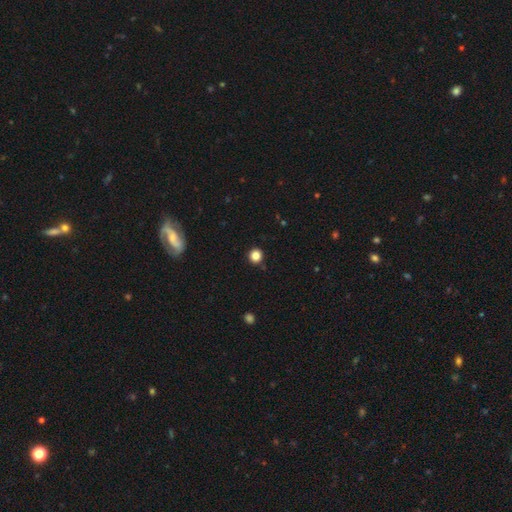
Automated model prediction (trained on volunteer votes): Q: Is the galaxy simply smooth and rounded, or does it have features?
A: smooth — 84%.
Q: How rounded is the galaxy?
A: round — 92%.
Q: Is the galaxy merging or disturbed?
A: none — 90%.